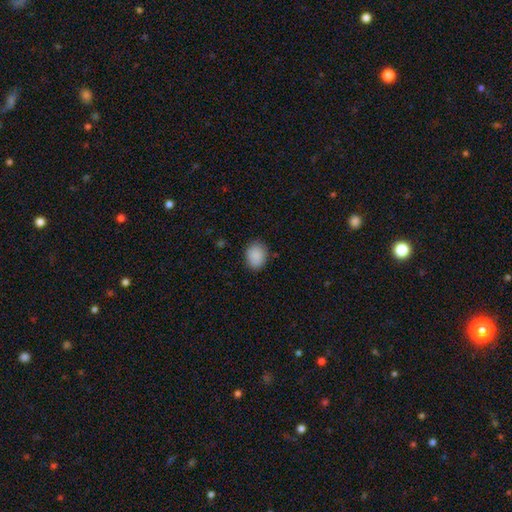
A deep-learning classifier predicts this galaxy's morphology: Q: Smooth or featured?
A: smooth (89%); runner-up: star or artifact (8%)
Q: How rounded?
A: in between (53%); runner-up: round (47%)
Q: Merging?
A: none (82%); runner-up: minor disturbance (14%)